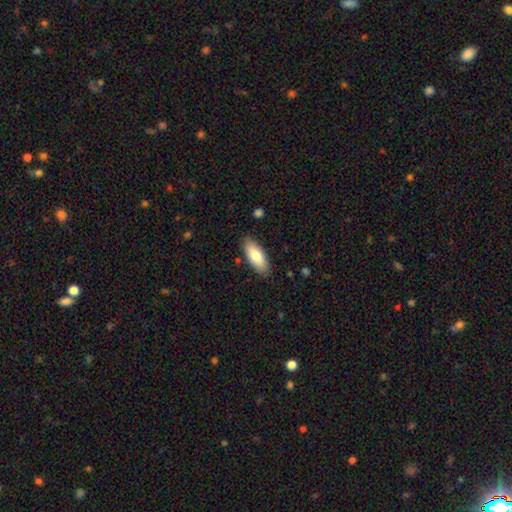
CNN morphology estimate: A smooth galaxy with no disk features (78%) that is in between round and cigar-shaped (78%).

Vote fractions:
- Smooth or featured? smooth: 78% / featured or disk: 17% / star or artifact: 6%
- How rounded? in between: 78% / cigar-shaped: 20% / round: 2%
- Merging? none: 87% / minor disturbance: 10% / major disturbance: 2% / merger: 1%